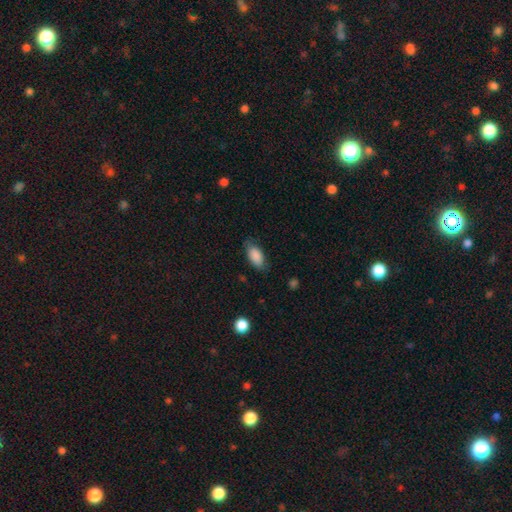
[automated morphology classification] Q: Smooth or featured?
A: smooth (87%); runner-up: star or artifact (7%)
Q: How rounded?
A: in between (91%); runner-up: cigar-shaped (5%)
Q: Merging?
A: none (76%); runner-up: minor disturbance (18%)